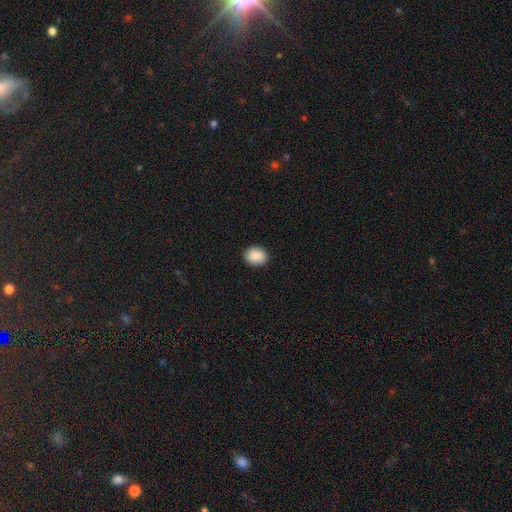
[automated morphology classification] Smooth or featured: smooth — 90% (star or artifact — 7%)
How rounded: round — 53% (in between — 46%)
Merging: none — 90% (minor disturbance — 7%)